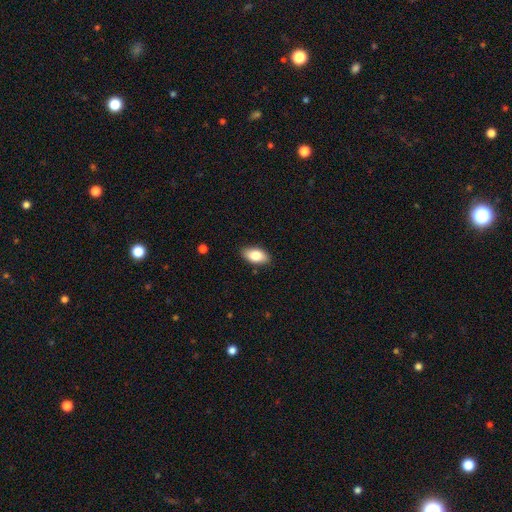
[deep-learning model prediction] Q: Smooth or featured?
A: smooth (82%); runner-up: featured or disk (11%)
Q: How rounded?
A: in between (92%); runner-up: cigar-shaped (4%)
Q: Merging?
A: none (87%); runner-up: minor disturbance (10%)